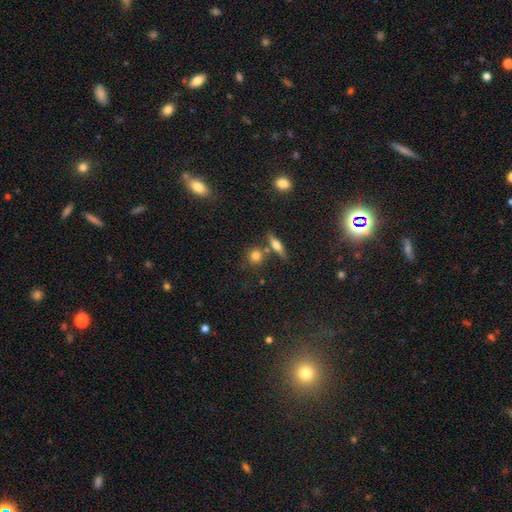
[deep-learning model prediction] Smooth or featured? Predicted: smooth (p=0.77). How rounded? Predicted: round (p=0.80). Merging? Predicted: none (p=0.69).